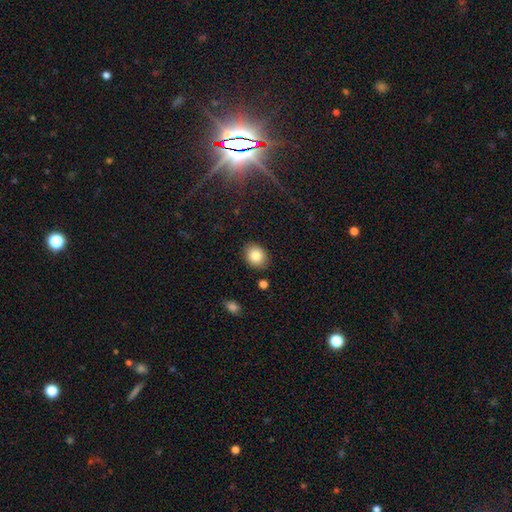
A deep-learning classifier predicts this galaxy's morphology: smooth 84%, star or artifact 9%, featured or disk 8%. Down the decision tree: how rounded — in between (54%); merging — none (86%).